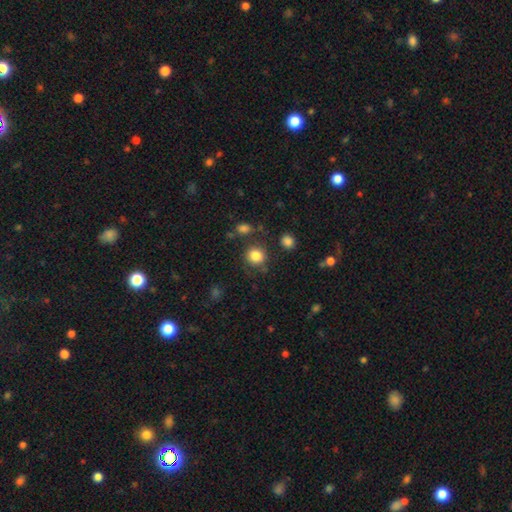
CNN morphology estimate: This appears to be a smooth galaxy with no disk features (84%) that is round (87%). Merging: none (81%).